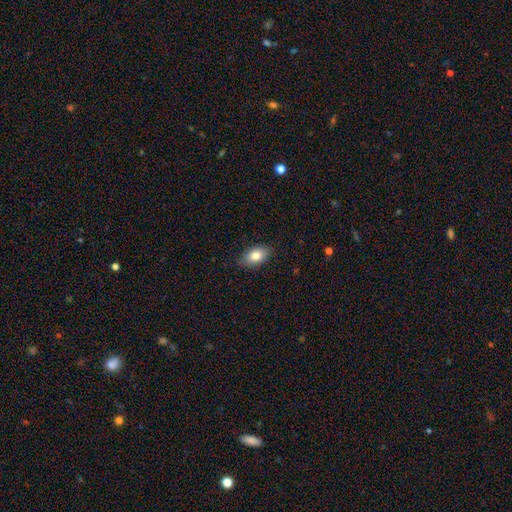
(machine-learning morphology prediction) This appears to be a smooth galaxy with no disk features (81%) that is in between round and cigar-shaped (89%). Merging: none (84%).